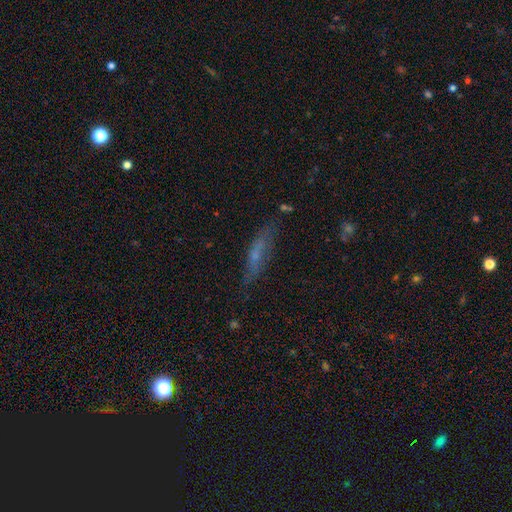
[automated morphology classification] This is marginally a featured or disk galaxy (44%). Merging: likely none (74%).